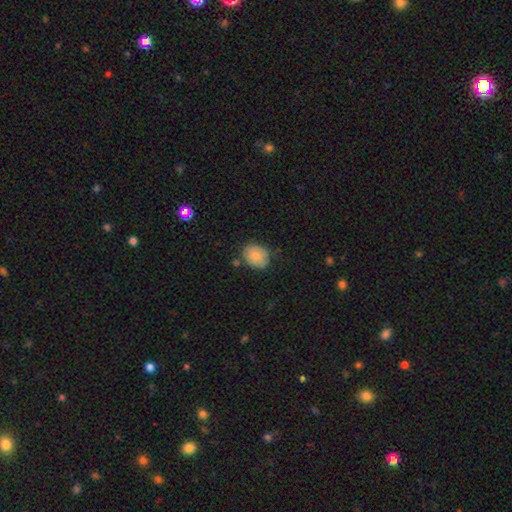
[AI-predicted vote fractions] Overall: smooth (83%). How rounded: round (59%; in between 40%). Merging: none (68%).